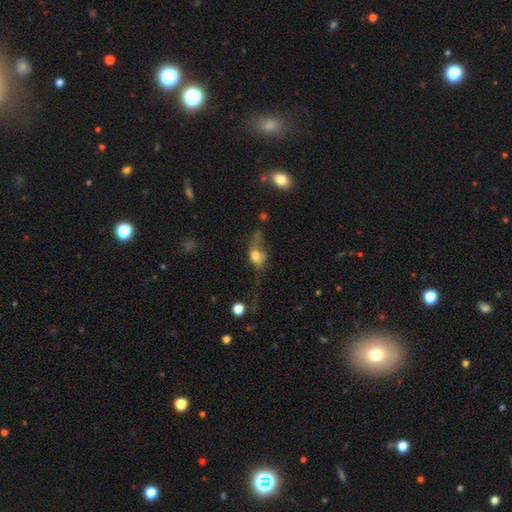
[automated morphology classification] A smooth galaxy with no disk features (63%) that is in between round and cigar-shaped (65%).

Vote fractions:
- Smooth or featured? smooth: 63% / featured or disk: 26% / star or artifact: 11%
- How rounded? in between: 65% / round: 30% / cigar-shaped: 6%
- Merging? major disturbance: 50% / none: 22% / minor disturbance: 21% / merger: 7%